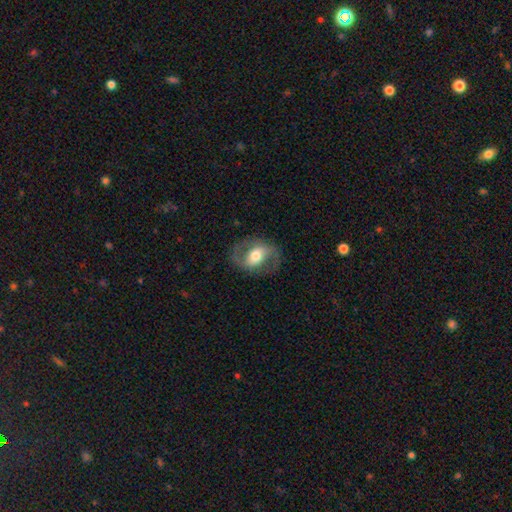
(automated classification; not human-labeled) The model was most divided on "bar": weak: 39%, no: 34%, strong: 28%. More confident: edge-on disk — no (95%); spiral arm count — 2 (88%); spiral arms — yes (78%); merging — none (77%); smooth or featured — featured or disk (70%); bulge size — moderate (63%); spiral winding — medium (50%).